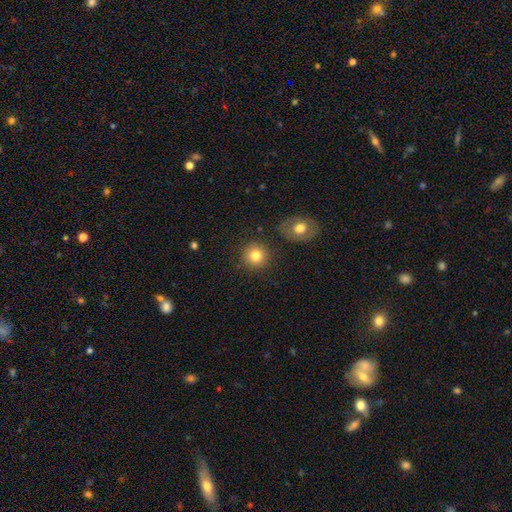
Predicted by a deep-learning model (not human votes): Smooth or featured? smooth (81%)
How rounded? round (91%)
Merging? none (85%)